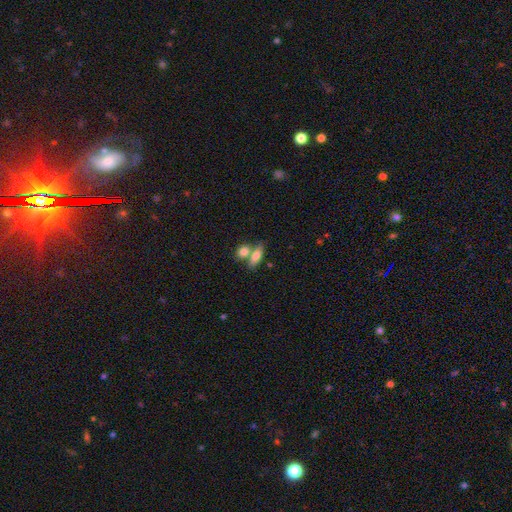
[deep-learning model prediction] Q: Smooth or featured?
A: smooth (76%); runner-up: featured or disk (16%)
Q: How rounded?
A: in between (66%); runner-up: cigar-shaped (25%)
Q: Merging?
A: none (44%); runner-up: merger (43%)